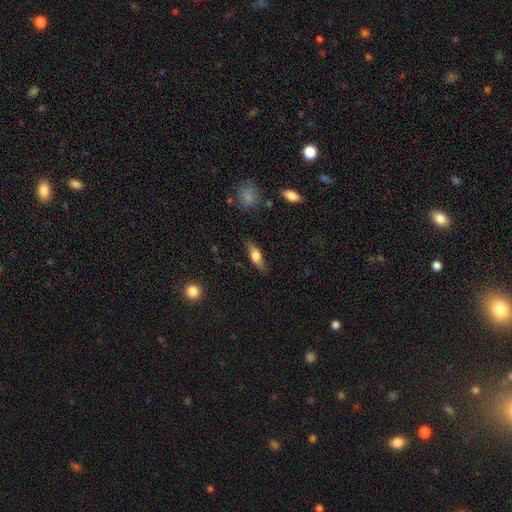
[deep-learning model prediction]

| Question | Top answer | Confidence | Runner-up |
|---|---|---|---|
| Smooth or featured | smooth | 53% | featured or disk (40%) |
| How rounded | in between | 57% | cigar-shaped (38%) |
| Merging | none | 80% | minor disturbance (15%) |